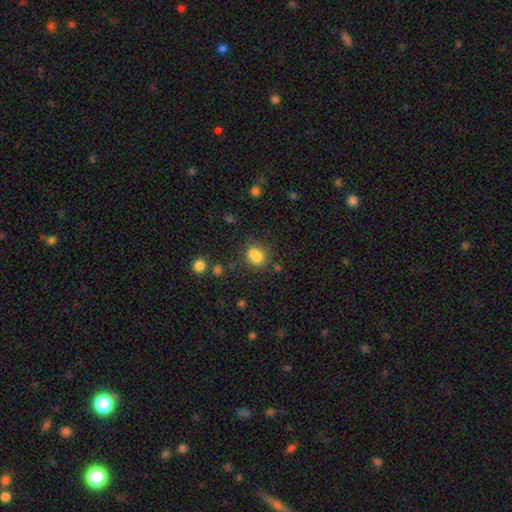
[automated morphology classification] Smooth or featured?
  - smooth: 81% *
  - star or artifact: 12%
  - featured or disk: 7%
How rounded?
  - round: 50% *
  - in between: 48%
  - cigar-shaped: 1%
Merging?
  - none: 59% *
  - minor disturbance: 20%
  - merger: 14%
  - major disturbance: 8%